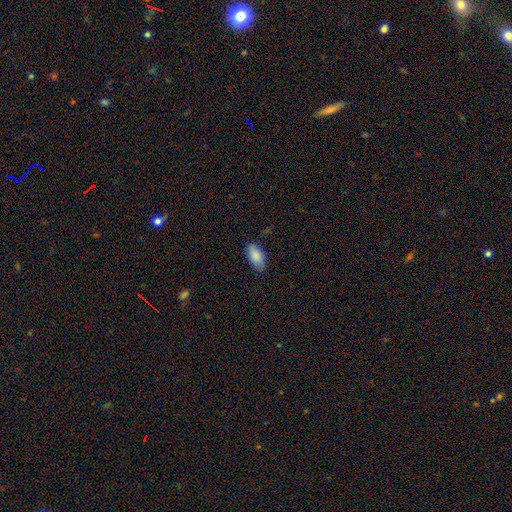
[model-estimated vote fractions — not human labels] Smooth or featured?
  - smooth: 88% *
  - star or artifact: 6%
  - featured or disk: 6%
How rounded?
  - in between: 92% *
  - cigar-shaped: 5%
  - round: 2%
Merging?
  - none: 81% *
  - minor disturbance: 15%
  - major disturbance: 3%
  - merger: 1%